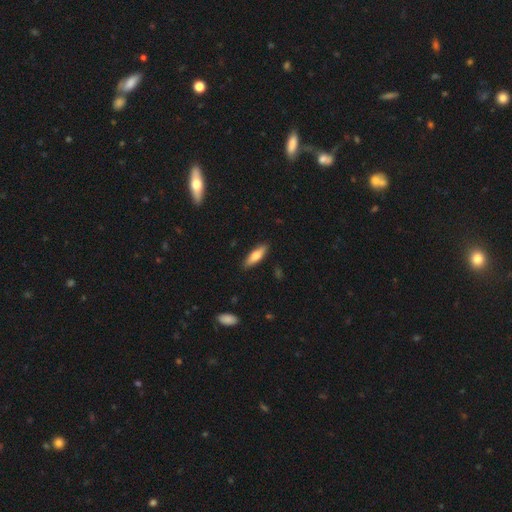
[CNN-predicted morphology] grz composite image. It shows a smooth galaxy with no disk features (71%) that is cigar-shaped (56%). Merging: none (88%).